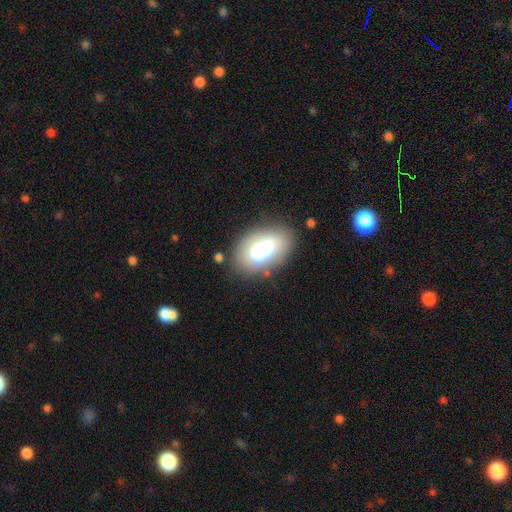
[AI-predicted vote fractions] Morphology: type=smooth (73%); roundness=in between (90%); merging=none (69%).